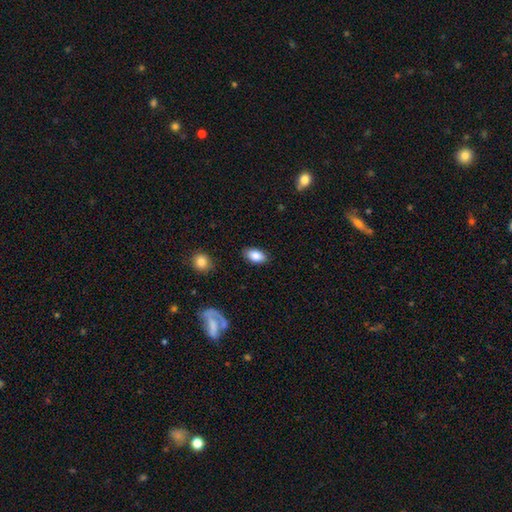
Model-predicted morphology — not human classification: Smooth or featured? Predicted: smooth (p=0.86). How rounded? Predicted: in between (p=0.92). Merging? Predicted: none (p=0.86).